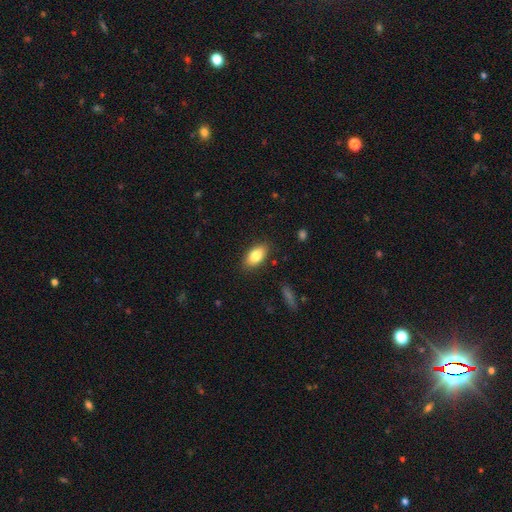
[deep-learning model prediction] smooth_or_featured: smooth (p=0.82) [alt: featured or disk p=0.11]
how_rounded: in between (p=0.91) [alt: round p=0.05]
merging: none (p=0.87) [alt: minor disturbance p=0.10]